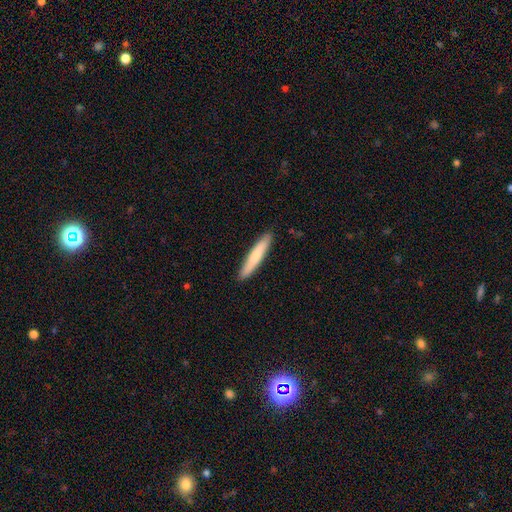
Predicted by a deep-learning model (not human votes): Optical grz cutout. It shows a smooth galaxy with no disk features (72%) that is cigar-shaped (93%). Merging: none (91%).